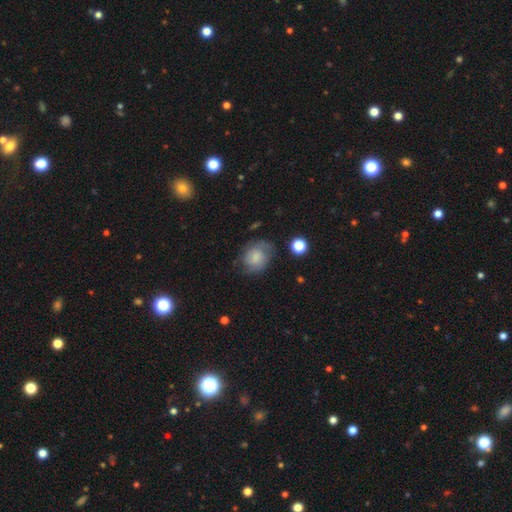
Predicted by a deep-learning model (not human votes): The model was most divided on "how rounded": round: 56%, in between: 43%, cigar-shaped: 1%. More confident: merging — none (61%); smooth or featured — smooth (56%).